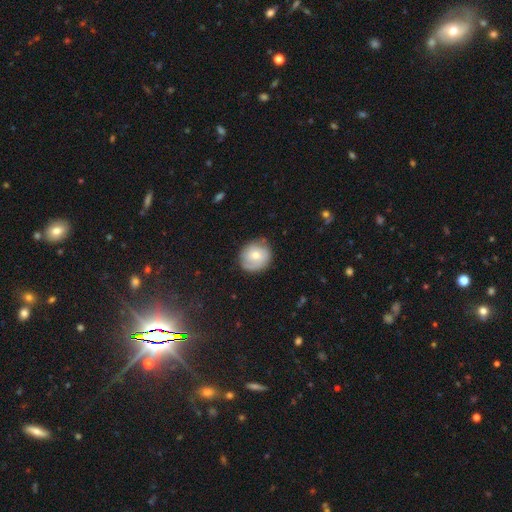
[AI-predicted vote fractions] A smooth galaxy with no disk features (59%) that is round (84%). Merging: none (75%).